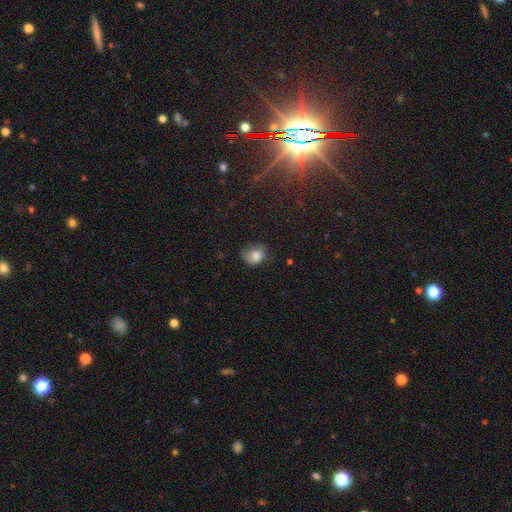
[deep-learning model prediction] Overall: smooth (78%). How rounded: round (57%; in between 42%). Merging: none (48%; minor disturbance 34%).